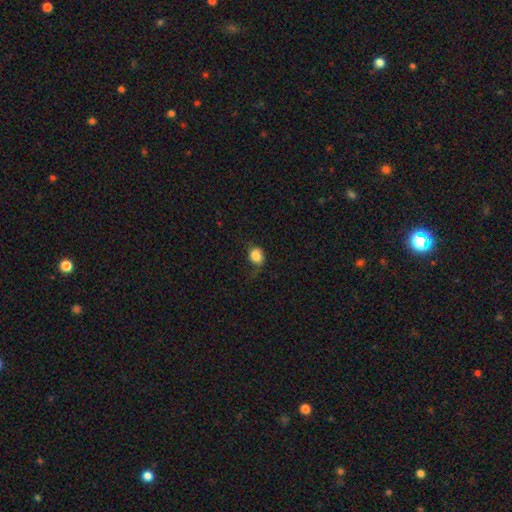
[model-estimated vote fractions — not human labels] Morphology: type=smooth (82%); roundness=round (58%); merging=none (46%).